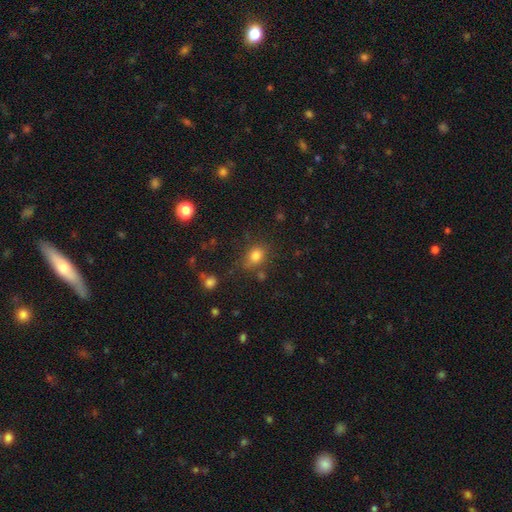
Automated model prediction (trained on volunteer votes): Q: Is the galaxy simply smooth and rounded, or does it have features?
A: smooth — 80%.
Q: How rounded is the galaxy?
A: in between — 53%.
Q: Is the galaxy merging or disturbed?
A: none — 72%.